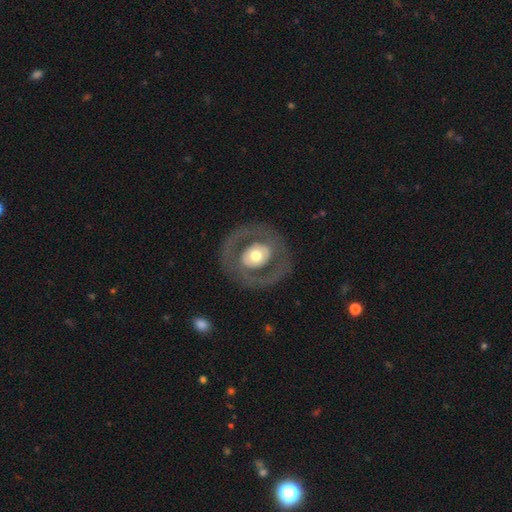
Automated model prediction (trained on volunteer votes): Smooth or featured?
  - featured or disk: 61% *
  - smooth: 34%
  - star or artifact: 5%
Edge-on disk?
  - no: 95% *
  - yes: 5%
Bar?
  - no: 76% *
  - weak: 16%
  - strong: 8%
Spiral arms?
  - no: 79% *
  - yes: 21%
Bulge size?
  - moderate: 61% *
  - large: 28%
  - small: 7%
  - dominant: 2%
  - none: 1%
Merging?
  - none: 81% *
  - minor disturbance: 10%
  - major disturbance: 9%
  - merger: 1%